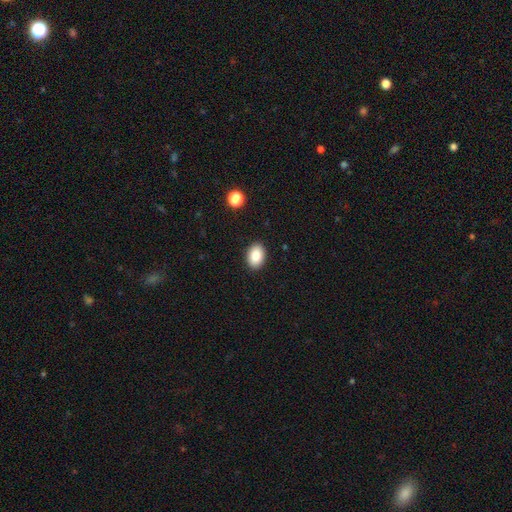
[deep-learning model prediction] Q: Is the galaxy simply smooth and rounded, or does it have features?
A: smooth — 87%.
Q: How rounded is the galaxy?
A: in between — 83%.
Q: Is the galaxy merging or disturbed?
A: none — 90%.